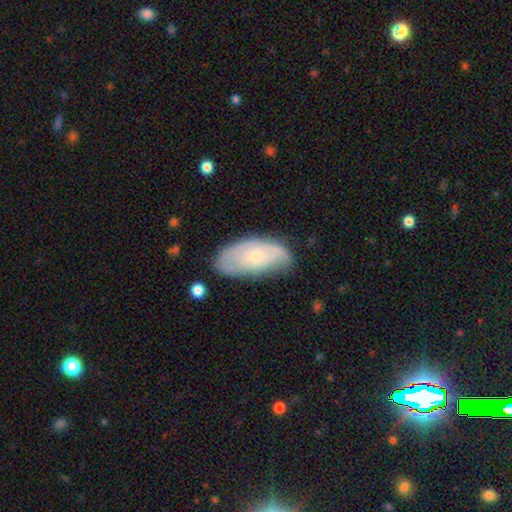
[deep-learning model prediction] featured or disk 50%, smooth 44%, star or artifact 6%. Down the decision tree: merging — none (61%).